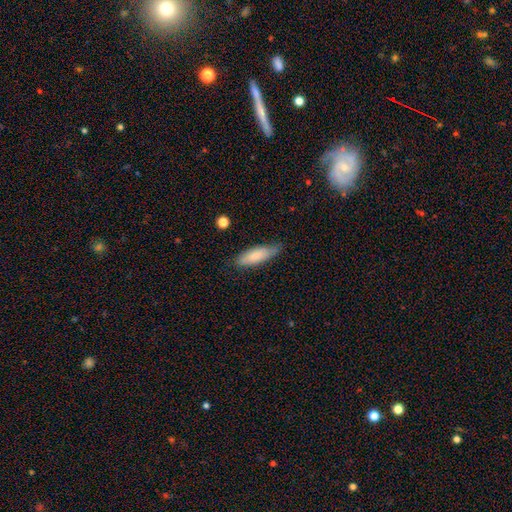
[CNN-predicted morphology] smooth 81%, featured or disk 13%, star or artifact 6%. Down the decision tree: how rounded — in between (53%); merging — none (72%).